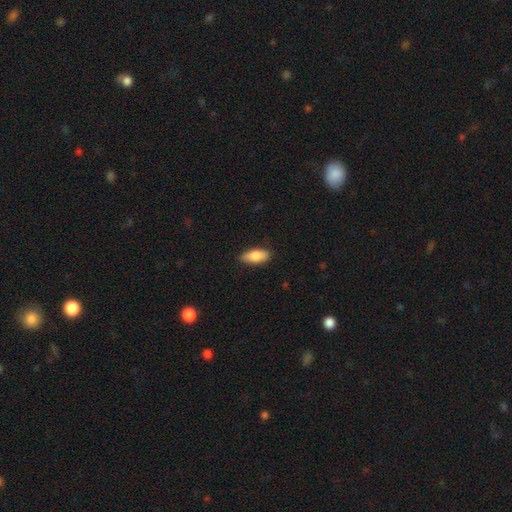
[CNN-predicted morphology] This appears to be a smooth galaxy with no disk features (82%) that is in between round and cigar-shaped (83%). Merging: none (84%).